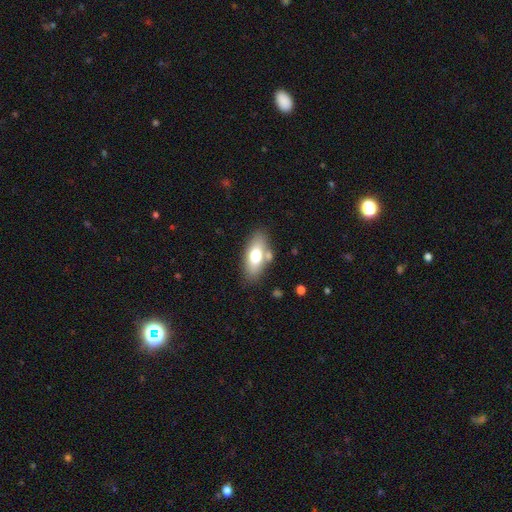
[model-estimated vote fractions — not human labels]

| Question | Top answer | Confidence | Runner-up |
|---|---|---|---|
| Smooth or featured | smooth | 67% | featured or disk (26%) |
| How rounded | in between | 83% | cigar-shaped (13%) |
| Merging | none | 73% | minor disturbance (13%) |